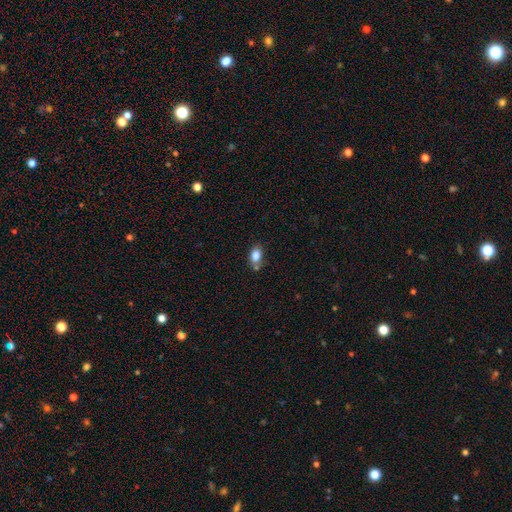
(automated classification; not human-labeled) Smooth or featured: smooth — 83% (star or artifact — 9%)
How rounded: in between — 81% (round — 17%)
Merging: none — 66% (minor disturbance — 18%)